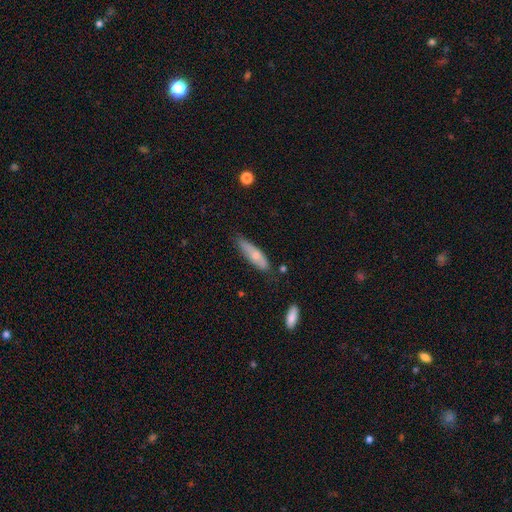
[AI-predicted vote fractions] Smooth or featured? smooth (68%)
How rounded? cigar-shaped (56%)
Merging? none (61%)